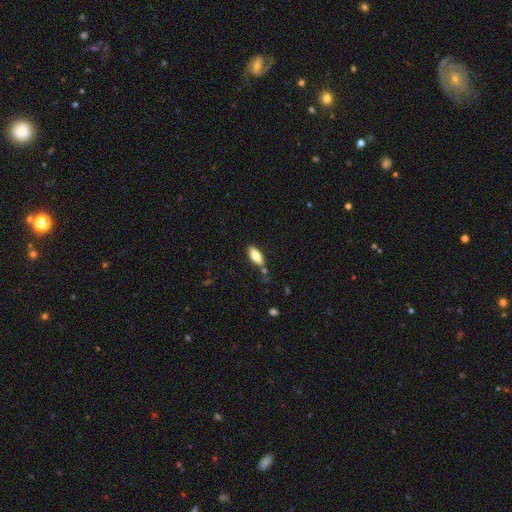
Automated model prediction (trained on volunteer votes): A smooth galaxy with no disk features (75%) that is in between round and cigar-shaped (77%). Merging: none (75%).